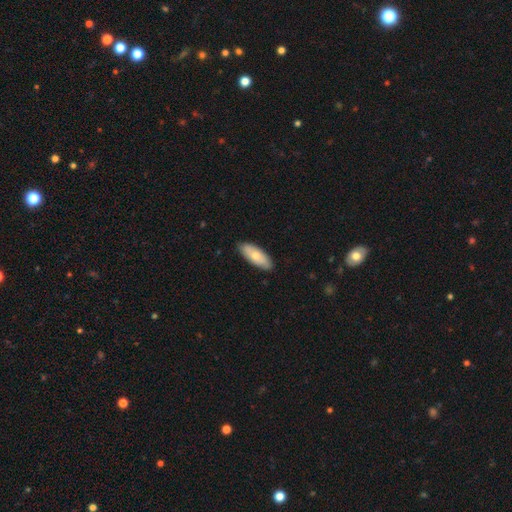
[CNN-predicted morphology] A smooth galaxy with no disk features (71%) that is in between round and cigar-shaped (75%). Merging: none (87%).